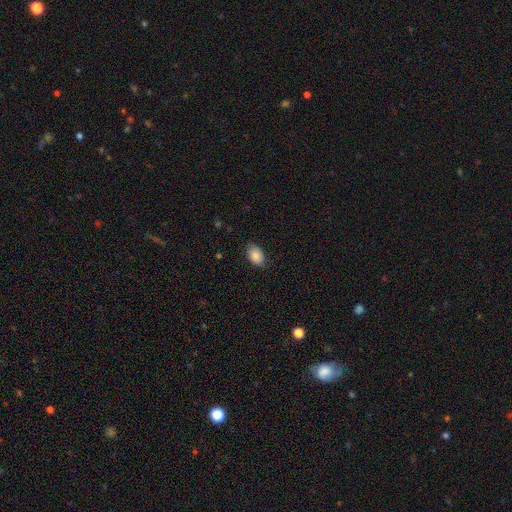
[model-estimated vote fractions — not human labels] This appears to be a smooth galaxy with no disk features (83%) that is in between round and cigar-shaped (87%). Merging: none (78%).